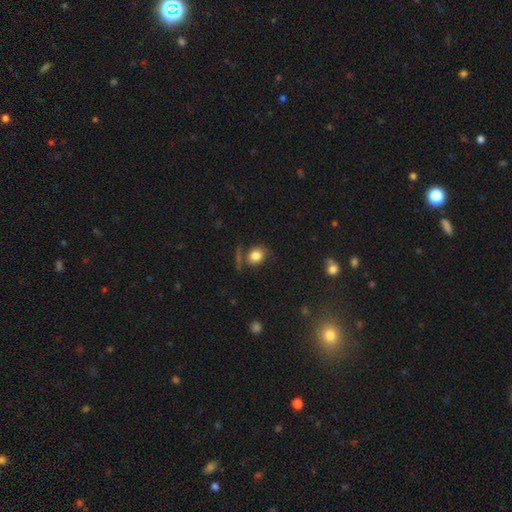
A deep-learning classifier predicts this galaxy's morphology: A smooth galaxy with no disk features (82%) that is round (55%).

Vote fractions:
- Smooth or featured? smooth: 82% / star or artifact: 10% / featured or disk: 8%
- How rounded? round: 55% / in between: 44% / cigar-shaped: 2%
- Merging? none: 70% / minor disturbance: 15% / merger: 9% / major disturbance: 6%